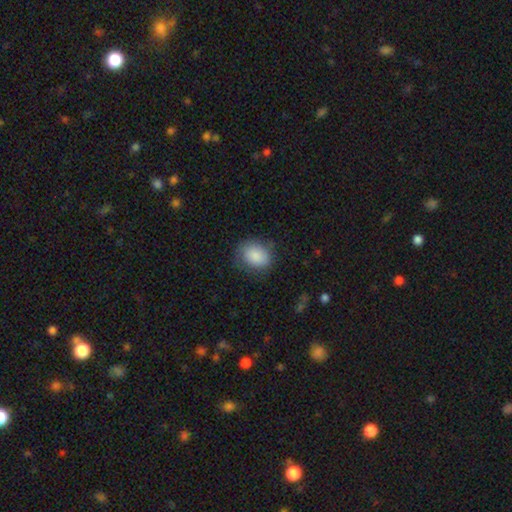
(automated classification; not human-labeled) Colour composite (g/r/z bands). It shows a smooth galaxy with no disk features (87%) that is in between round and cigar-shaped (53%). Merging: none (73%).